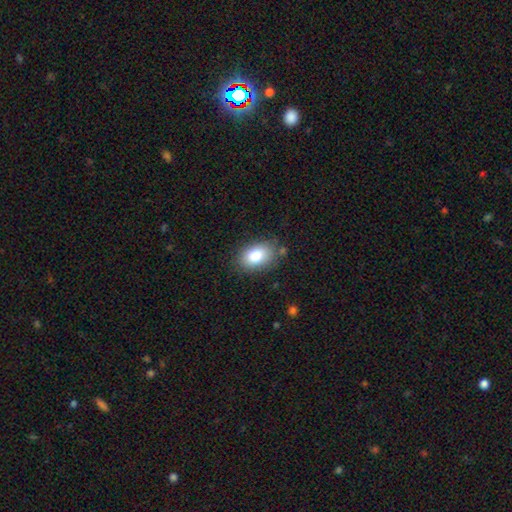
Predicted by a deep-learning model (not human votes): Morphology: type=smooth (82%); roundness=in between (85%); merging=none (80%).